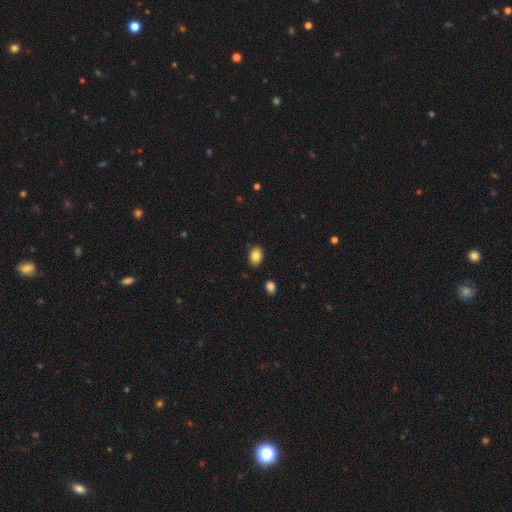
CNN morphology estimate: The model was most divided on "how rounded": in between: 80%, round: 19%, cigar-shaped: 1%. More confident: merging — none (86%); smooth or featured — smooth (85%).